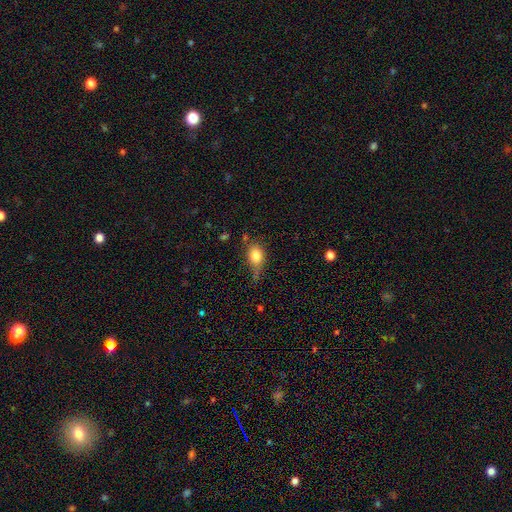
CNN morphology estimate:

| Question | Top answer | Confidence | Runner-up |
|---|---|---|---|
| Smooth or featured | smooth | 80% | featured or disk (11%) |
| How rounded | in between | 69% | round (29%) |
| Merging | none | 44% | minor disturbance (32%) |